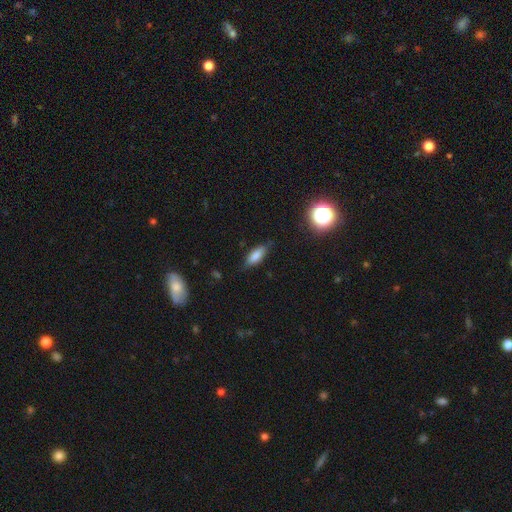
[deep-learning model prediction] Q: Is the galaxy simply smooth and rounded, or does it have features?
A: smooth — 78%.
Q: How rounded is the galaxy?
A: in between — 69%.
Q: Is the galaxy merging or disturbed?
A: none — 75%.